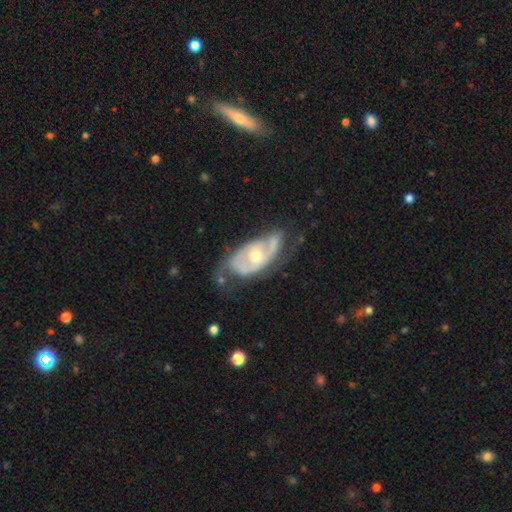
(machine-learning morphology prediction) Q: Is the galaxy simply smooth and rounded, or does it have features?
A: featured or disk — 75%.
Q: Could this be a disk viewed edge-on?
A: no — 92%.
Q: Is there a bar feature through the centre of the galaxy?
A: no — 73%.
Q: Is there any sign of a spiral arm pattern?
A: yes — 70%.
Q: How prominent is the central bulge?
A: moderate — 60%.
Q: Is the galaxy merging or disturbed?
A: none — 44%.